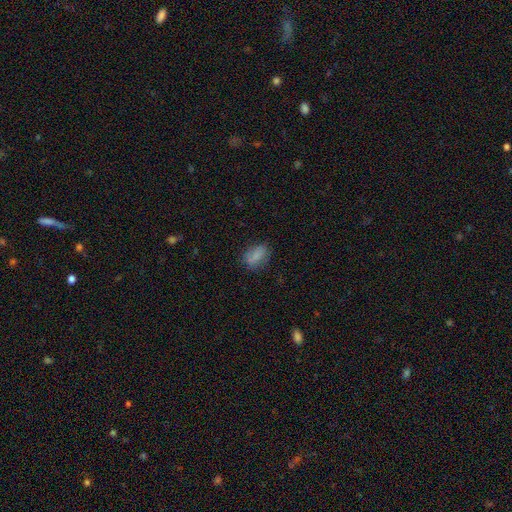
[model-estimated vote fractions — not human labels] Smooth or featured: smooth — 80% (featured or disk — 10%)
How rounded: in between — 83% (round — 13%)
Merging: none — 73% (minor disturbance — 19%)